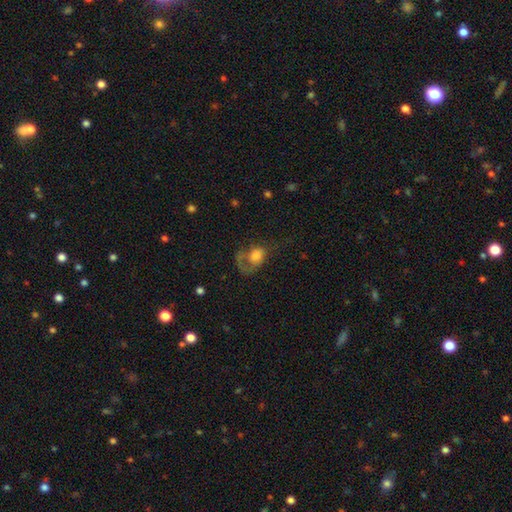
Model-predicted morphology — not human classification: This appears to be a smooth galaxy with no disk features (56%) that is in between round and cigar-shaped (60%). Merging: major disturbance (53%).